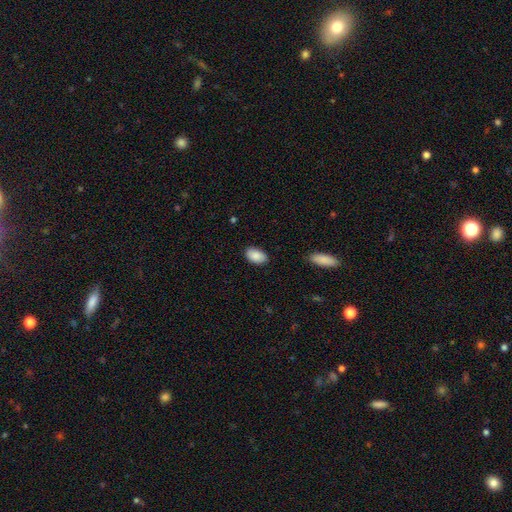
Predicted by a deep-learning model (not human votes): A smooth galaxy with no disk features (88%) that is in between round and cigar-shaped (91%).

Vote fractions:
- Smooth or featured? smooth: 88% / star or artifact: 7% / featured or disk: 5%
- How rounded? in between: 91% / round: 8% / cigar-shaped: 1%
- Merging? none: 86% / minor disturbance: 11% / major disturbance: 2% / merger: 1%